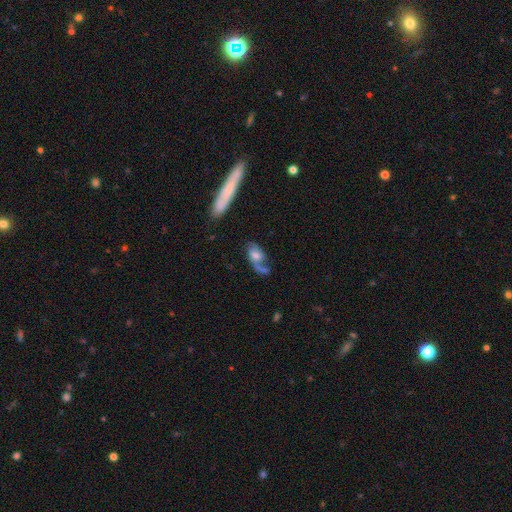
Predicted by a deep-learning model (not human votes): A featured or disk galaxy (60%) with no bar (65%), spiral arms (82%) and a moderate central bulge (44%). Merging: none (38%).